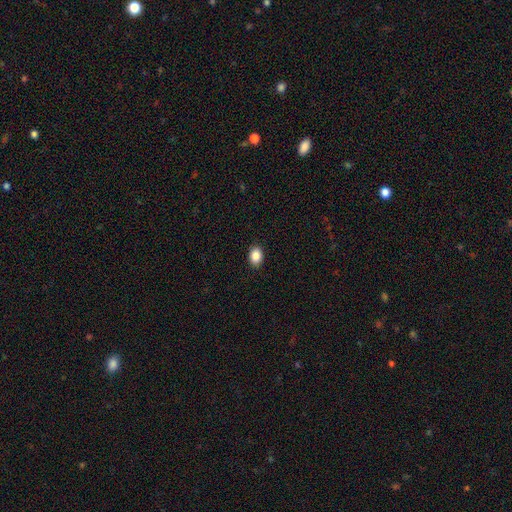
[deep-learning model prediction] Smooth or featured? smooth (87%)
How rounded? in between (69%)
Merging? none (90%)